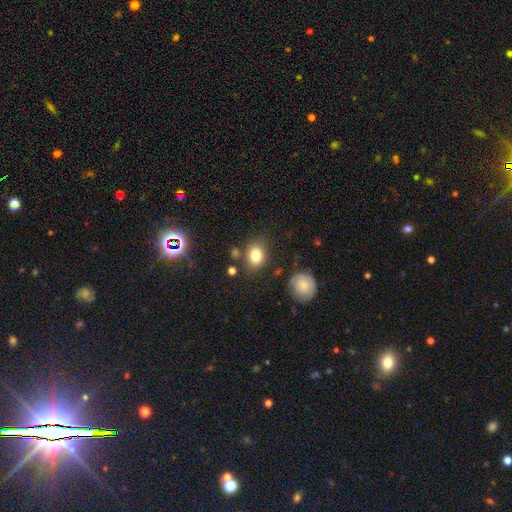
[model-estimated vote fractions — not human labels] A smooth galaxy with no disk features (81%) that is in between round and cigar-shaped (51%). Merging: none (77%).